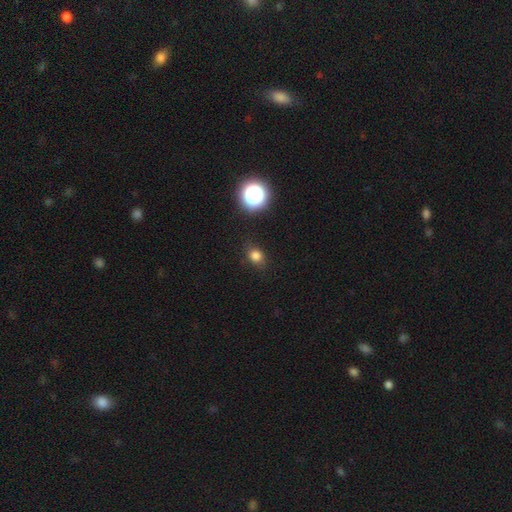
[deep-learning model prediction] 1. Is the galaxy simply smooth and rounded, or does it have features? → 78% smooth, 16% star or artifact, 6% featured or disk.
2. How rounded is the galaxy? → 57% round, 42% in between, 1% cigar-shaped.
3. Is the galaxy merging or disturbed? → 83% none, 12% minor disturbance, 3% major disturbance, 2% merger.